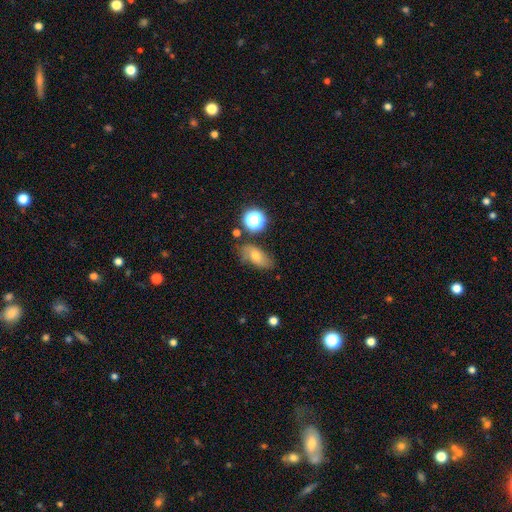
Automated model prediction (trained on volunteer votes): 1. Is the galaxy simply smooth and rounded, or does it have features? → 45% smooth, 35% featured or disk, 20% star or artifact.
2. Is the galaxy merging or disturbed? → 70% none, 20% minor disturbance, 6% major disturbance, 4% merger.